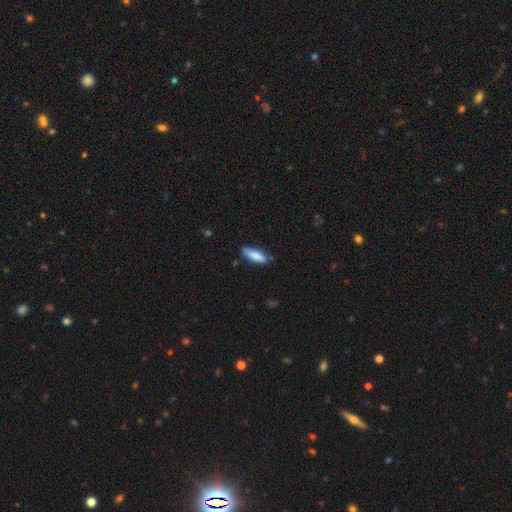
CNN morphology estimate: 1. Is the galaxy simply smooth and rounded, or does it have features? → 85% smooth, 9% featured or disk, 6% star or artifact.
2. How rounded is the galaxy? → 57% in between, 41% cigar-shaped, 2% round.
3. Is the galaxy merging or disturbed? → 79% none, 16% minor disturbance, 3% major disturbance, 2% merger.